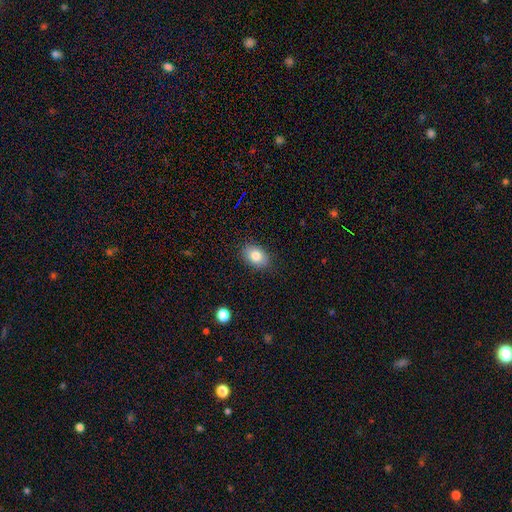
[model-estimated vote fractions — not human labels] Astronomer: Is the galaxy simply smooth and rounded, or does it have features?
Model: smooth — 81%.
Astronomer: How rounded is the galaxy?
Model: in between — 77%.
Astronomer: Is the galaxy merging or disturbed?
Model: none — 86%.